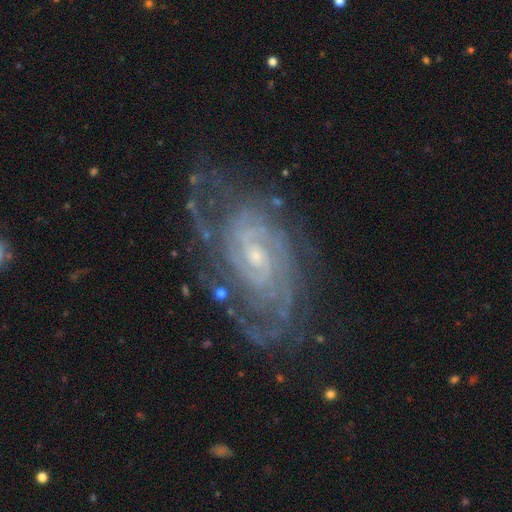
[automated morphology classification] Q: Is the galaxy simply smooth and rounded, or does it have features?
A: featured or disk — 89%.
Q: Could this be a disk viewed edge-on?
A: no — 95%.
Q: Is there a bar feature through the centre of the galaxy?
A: no — 46%.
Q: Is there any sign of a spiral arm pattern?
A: yes — 97%.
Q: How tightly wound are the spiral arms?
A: tight — 71%.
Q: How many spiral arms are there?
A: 2 — 31%.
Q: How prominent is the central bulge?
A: small — 65%.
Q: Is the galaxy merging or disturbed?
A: none — 70%.